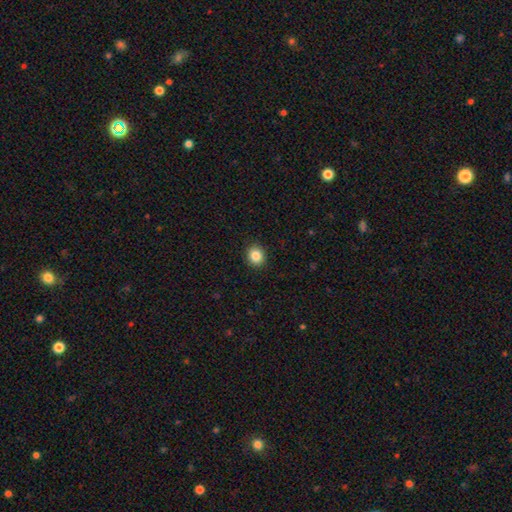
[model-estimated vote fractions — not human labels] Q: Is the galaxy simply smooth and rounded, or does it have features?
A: smooth — 86%.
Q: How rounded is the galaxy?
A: round — 76%.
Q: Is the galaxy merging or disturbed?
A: none — 91%.